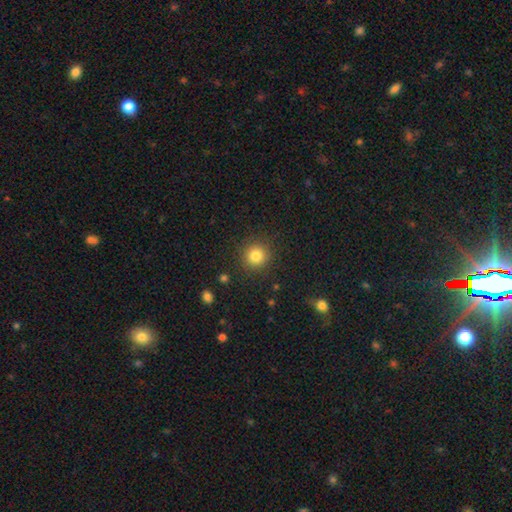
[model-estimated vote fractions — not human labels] Q: Smooth or featured?
A: smooth (83%); runner-up: star or artifact (12%)
Q: How rounded?
A: round (93%); runner-up: in between (6%)
Q: Merging?
A: none (89%); runner-up: minor disturbance (7%)